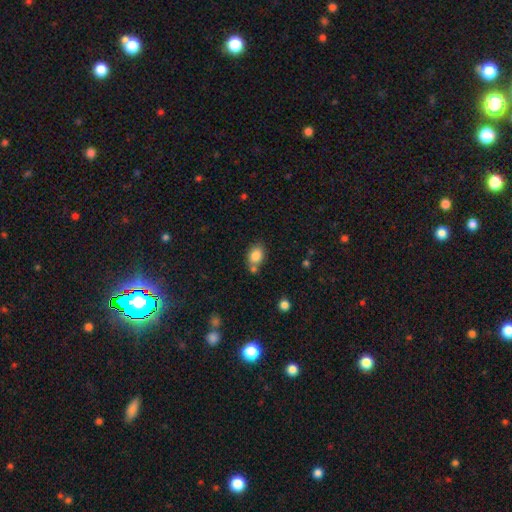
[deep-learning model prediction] A smooth galaxy with no disk features (84%) that is in between round and cigar-shaped (69%). Merging: none (58%).